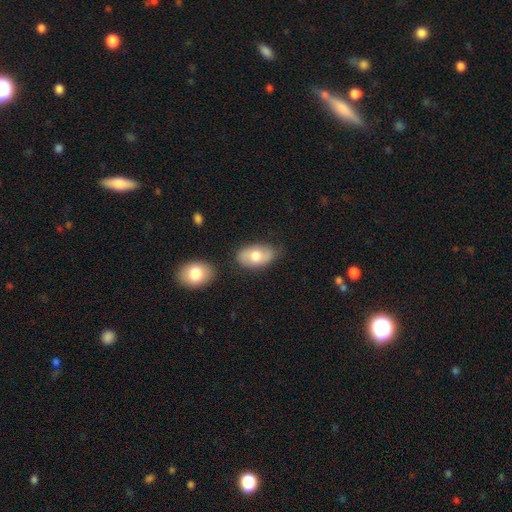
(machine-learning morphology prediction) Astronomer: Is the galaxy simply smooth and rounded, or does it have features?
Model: smooth — 70%.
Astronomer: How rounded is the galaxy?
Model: in between — 92%.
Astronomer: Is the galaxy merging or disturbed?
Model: none — 73%.